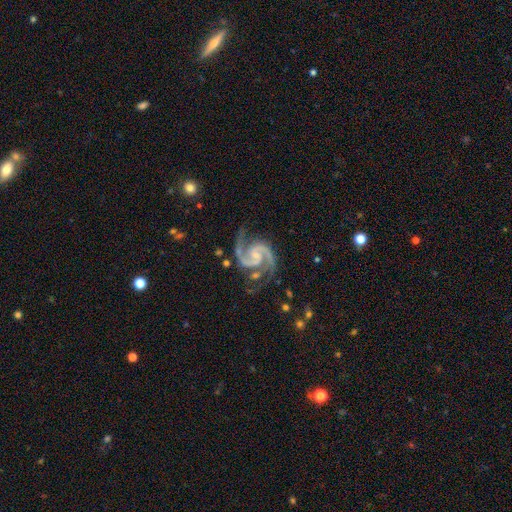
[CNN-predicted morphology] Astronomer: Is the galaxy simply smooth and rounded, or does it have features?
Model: featured or disk — 94%.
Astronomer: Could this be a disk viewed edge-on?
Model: no — 99%.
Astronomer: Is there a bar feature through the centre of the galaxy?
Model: no — 47% (runner-up: weak, 40%).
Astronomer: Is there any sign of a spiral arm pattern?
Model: yes — 99%.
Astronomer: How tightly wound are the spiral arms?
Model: medium — 69%.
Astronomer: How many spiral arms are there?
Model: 2 — 93%.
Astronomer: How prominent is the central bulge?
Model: small — 64%.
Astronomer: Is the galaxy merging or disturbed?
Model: none — 69%.